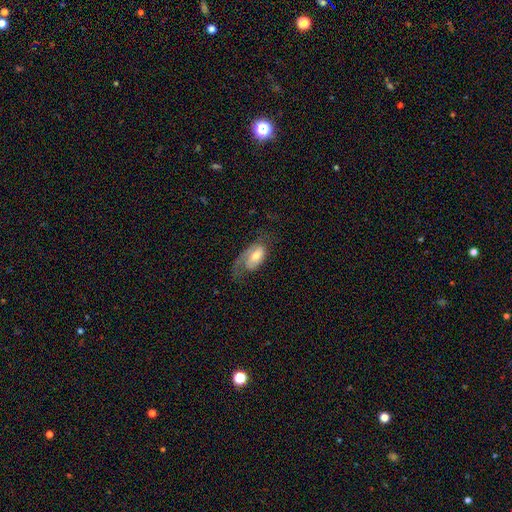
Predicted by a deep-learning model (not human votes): A featured or disk galaxy (57%) with no bar (50%), spiral arms (82%) and a moderate central bulge (57%). Merging: none (44%).